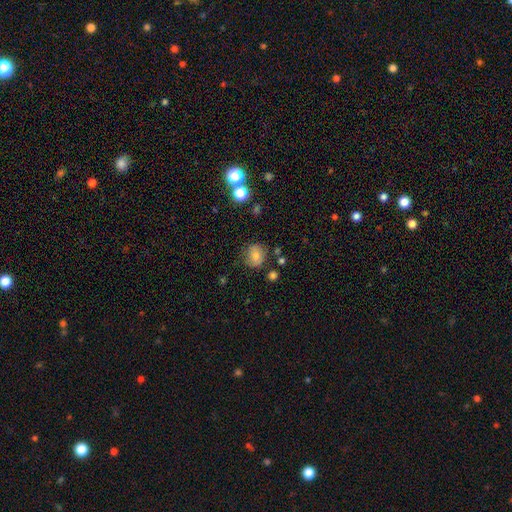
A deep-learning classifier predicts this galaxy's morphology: Overall: smooth (72%). How rounded: round (74%). Merging: none (72%).